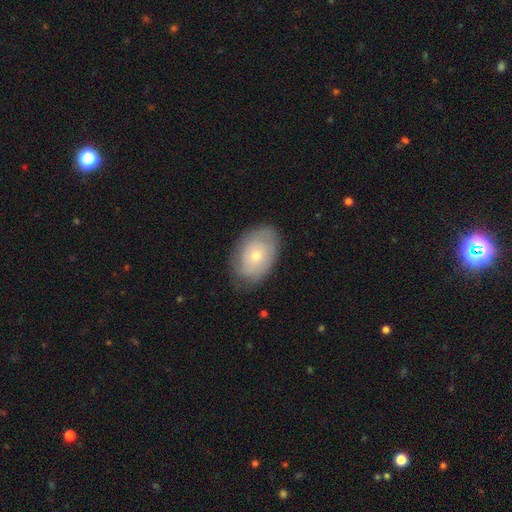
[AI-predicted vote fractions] smooth_or_featured: smooth (p=0.48) [alt: featured or disk p=0.45]
merging: none (p=0.76) [alt: minor disturbance p=0.18]